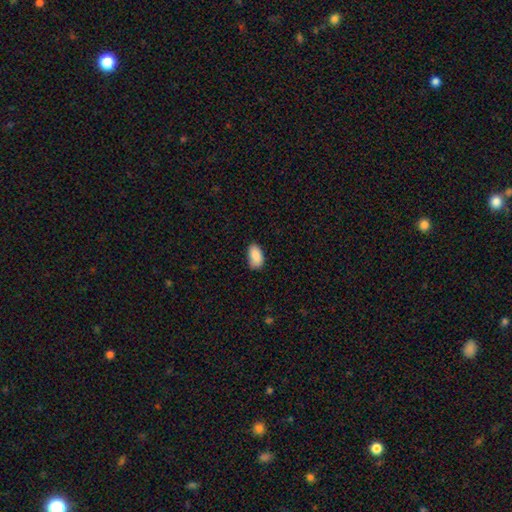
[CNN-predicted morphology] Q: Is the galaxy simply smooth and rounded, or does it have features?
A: smooth — 88%.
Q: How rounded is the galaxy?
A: in between — 94%.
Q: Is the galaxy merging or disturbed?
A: none — 73%.